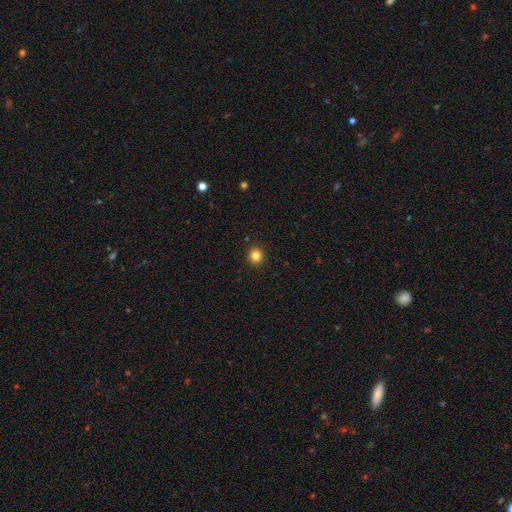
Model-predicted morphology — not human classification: This is clearly a smooth galaxy (83%). How rounded: clearly round (89%). Merging: clearly none (92%).